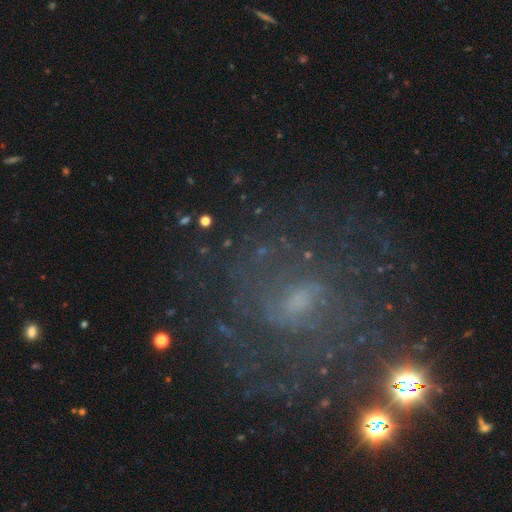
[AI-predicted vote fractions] Morphology: type=featured or disk (75%); edge-on=no (97%); bar=weak (54%); spiral arms=yes (86%); winding=tight (53%); arm count=can't tell (51%); bulge=small (54%); merging=none (71%).